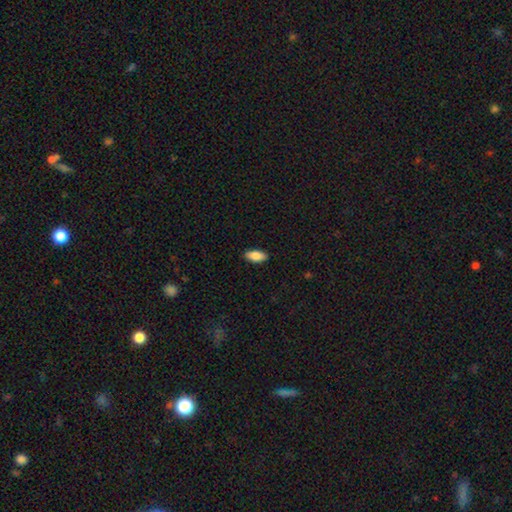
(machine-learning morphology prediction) This appears to be a smooth galaxy with no disk features (86%) that is in between round and cigar-shaped (91%). Merging: none (89%).